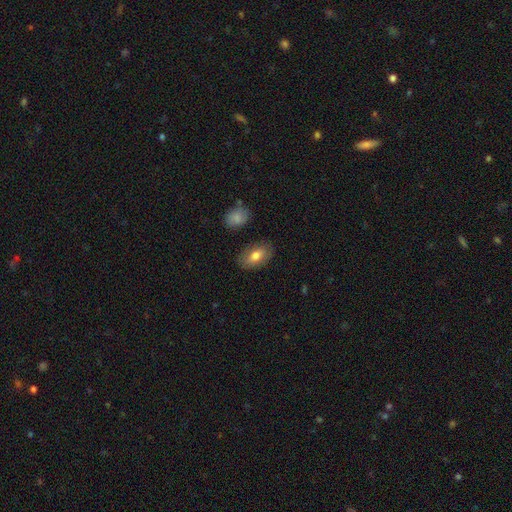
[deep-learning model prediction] Morphology: type=smooth (75%); roundness=in between (92%); merging=none (83%).